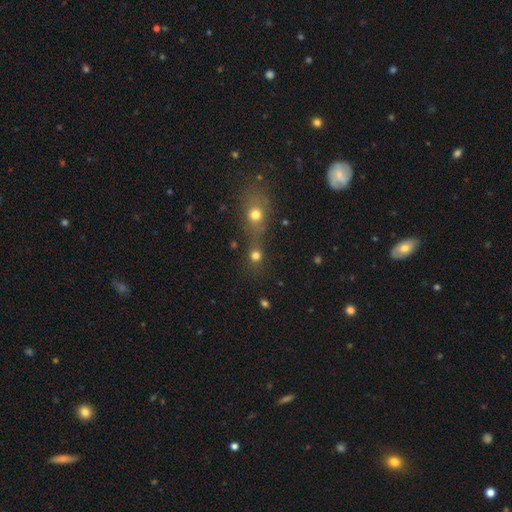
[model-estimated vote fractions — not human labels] A smooth galaxy with no disk features (71%) that is round (85%).

Vote fractions:
- Smooth or featured? smooth: 71% / star or artifact: 20% / featured or disk: 9%
- How rounded? round: 85% / in between: 13% / cigar-shaped: 2%
- Merging? none: 48% / merger: 39% / minor disturbance: 7% / major disturbance: 6%